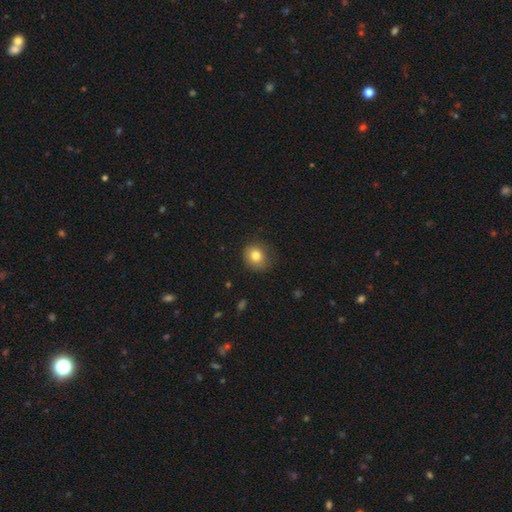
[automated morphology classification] Overall: smooth (79%). How rounded: round (79%). Merging: none (79%).